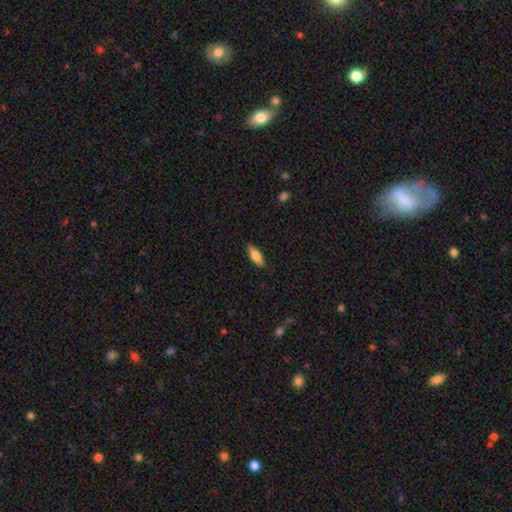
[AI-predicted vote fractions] A smooth galaxy with no disk features (77%) that is in between round and cigar-shaped (61%).

Vote fractions:
- Smooth or featured? smooth: 77% / featured or disk: 17% / star or artifact: 6%
- How rounded? in between: 61% / cigar-shaped: 37% / round: 2%
- Merging? none: 88% / minor disturbance: 9% / major disturbance: 2% / merger: 1%